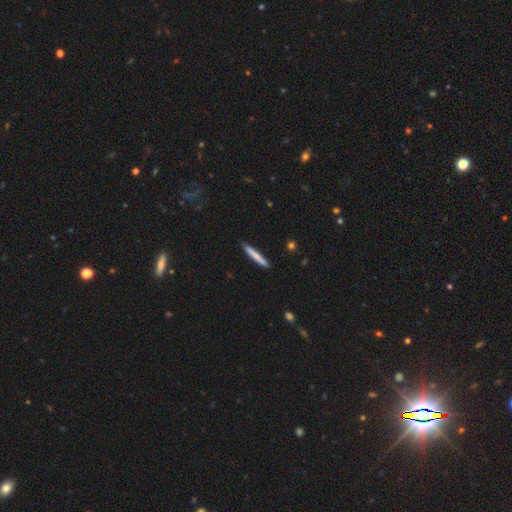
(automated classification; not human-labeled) Smooth or featured? smooth (74%)
How rounded? cigar-shaped (96%)
Merging? none (90%)